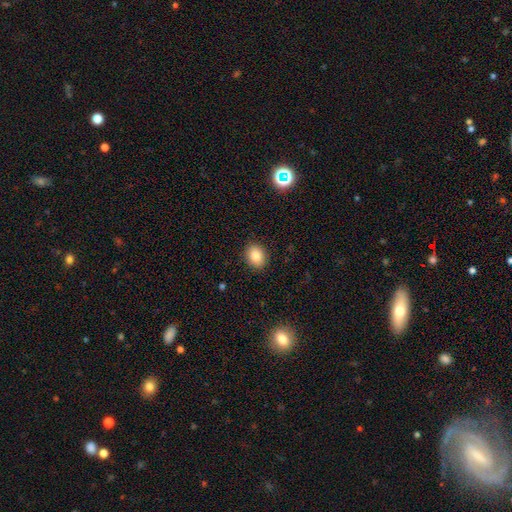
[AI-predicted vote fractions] smooth 86%, star or artifact 9%, featured or disk 5%. Down the decision tree: how rounded — in between (57%); merging — none (89%).